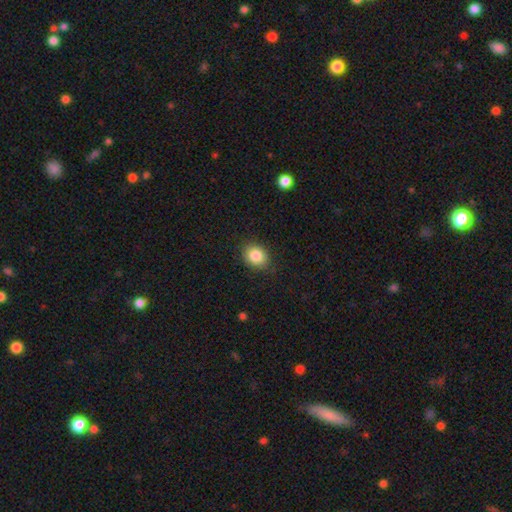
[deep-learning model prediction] A smooth galaxy with no disk features (85%) that is round (55%). Merging: none (86%).